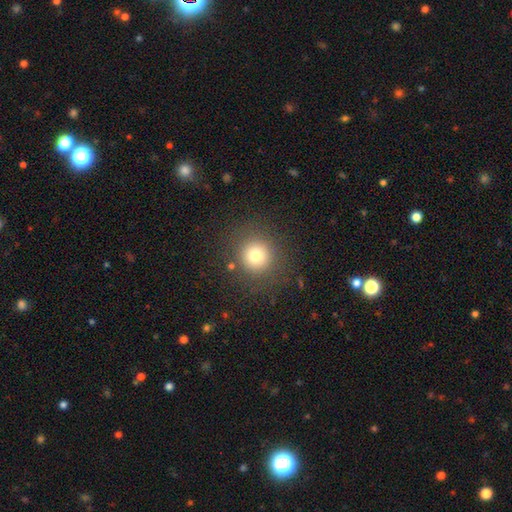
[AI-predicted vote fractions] Smooth or featured? smooth (75%)
How rounded? round (93%)
Merging? none (86%)